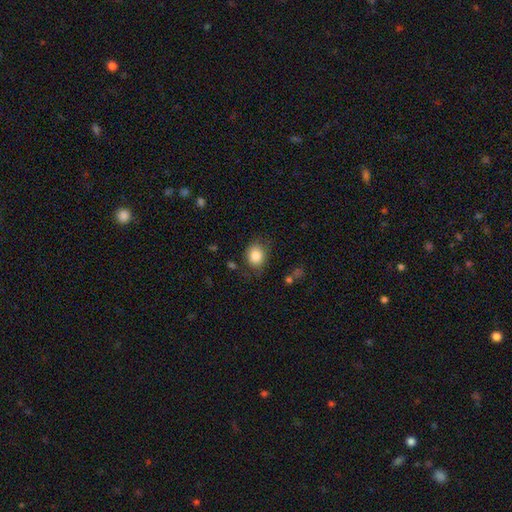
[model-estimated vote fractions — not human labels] Smooth or featured: smooth — 83% (star or artifact — 9%)
How rounded: round — 55% (in between — 44%)
Merging: none — 72% (minor disturbance — 19%)